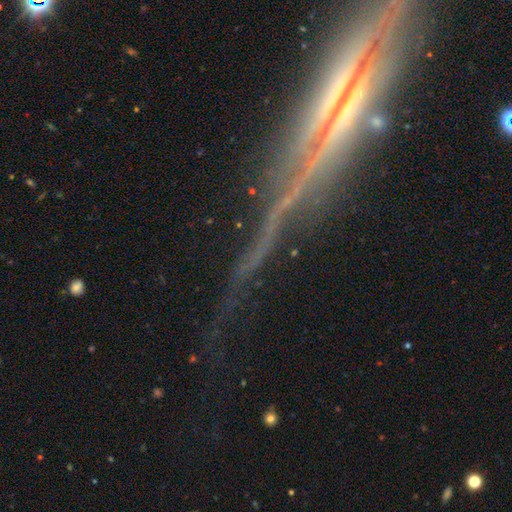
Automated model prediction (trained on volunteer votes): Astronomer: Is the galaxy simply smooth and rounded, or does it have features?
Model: featured or disk — 53% (runner-up: star or artifact, 35%).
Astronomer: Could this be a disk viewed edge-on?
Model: yes — 81%.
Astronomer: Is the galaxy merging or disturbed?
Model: none — 73%.